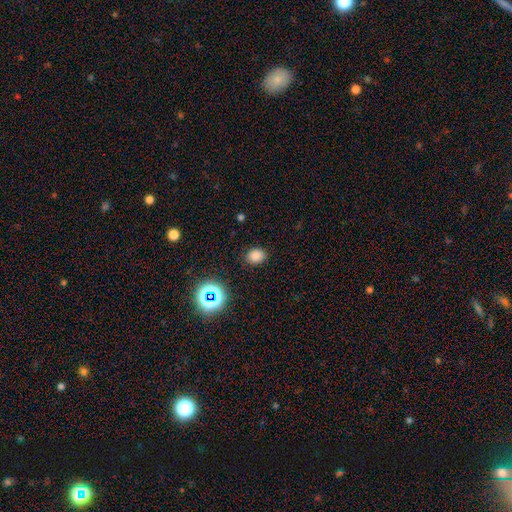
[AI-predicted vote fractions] Smooth or featured: smooth — 78% (star or artifact — 17%)
How rounded: round — 50% (in between — 49%)
Merging: none — 86% (minor disturbance — 10%)